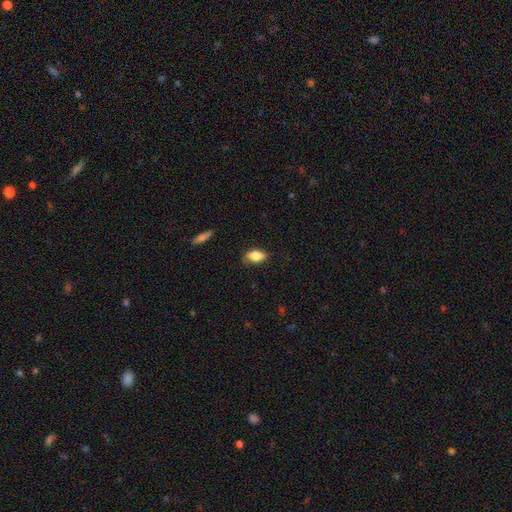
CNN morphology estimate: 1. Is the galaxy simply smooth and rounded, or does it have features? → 82% smooth, 10% featured or disk, 7% star or artifact.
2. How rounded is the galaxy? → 89% in between, 7% round, 4% cigar-shaped.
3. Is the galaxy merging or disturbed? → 76% none, 19% minor disturbance, 3% major disturbance, 1% merger.